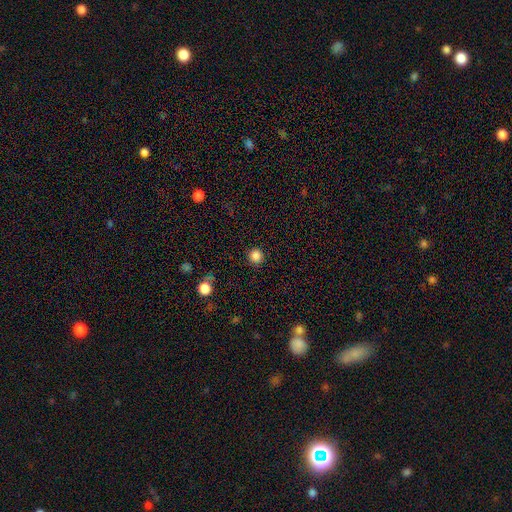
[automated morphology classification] smooth_or_featured: smooth (p=0.84) [alt: star or artifact p=0.12]
how_rounded: round (p=0.94) [alt: in between p=0.05]
merging: none (p=0.91) [alt: minor disturbance p=0.06]